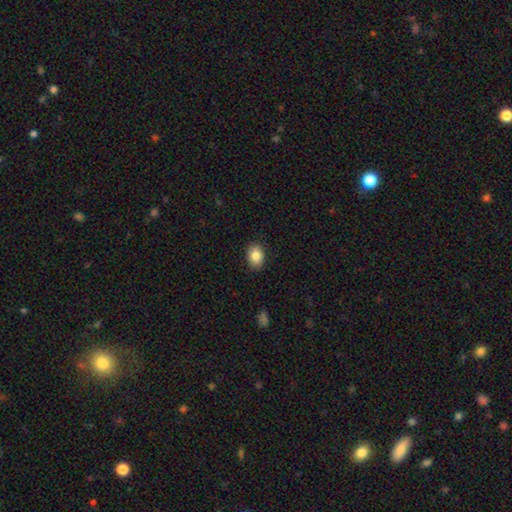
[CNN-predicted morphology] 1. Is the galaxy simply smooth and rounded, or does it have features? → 84% smooth, 8% star or artifact, 8% featured or disk.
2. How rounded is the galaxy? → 72% in between, 27% round, 1% cigar-shaped.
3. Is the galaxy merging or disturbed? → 89% none, 8% minor disturbance, 2% major disturbance, 1% merger.